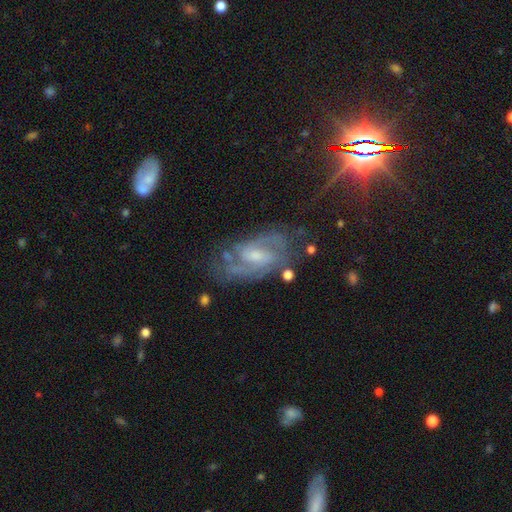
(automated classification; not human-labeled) Morphology: type=featured or disk (84%); edge-on=no (96%); bar=weak (52%); spiral arms=yes (95%); winding=medium (48%); arm count=2 (63%); bulge=small (50%); merging=none (69%).